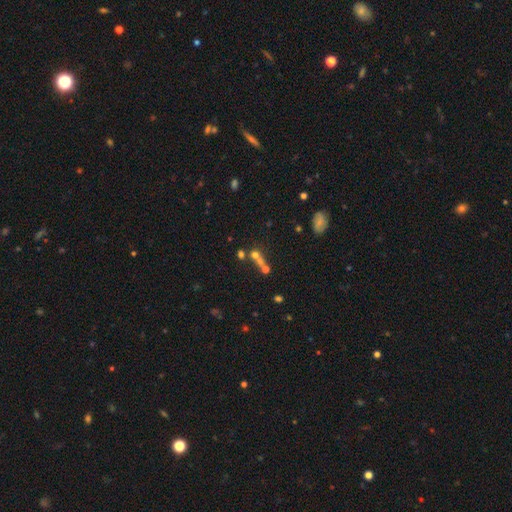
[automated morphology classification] This is possibly a smooth galaxy (51%). How rounded: likely round (74%). Merging: possibly merger (52%).